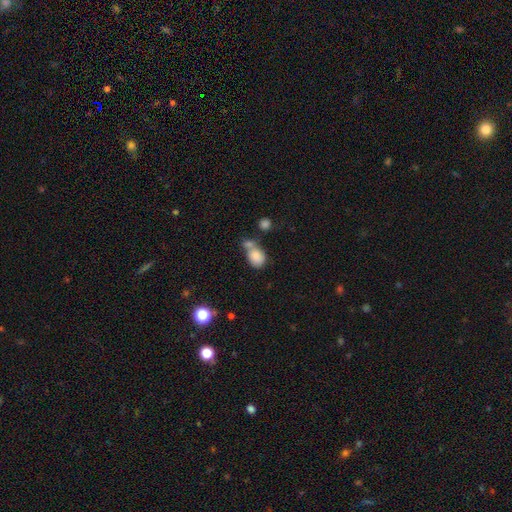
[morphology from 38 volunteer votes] smooth_or_featured: smooth (p=0.89) [alt: featured or disk p=0.08]
how_rounded: in between (p=0.59) [alt: round p=0.41]
merging: merger (p=0.68) [alt: none p=0.19]